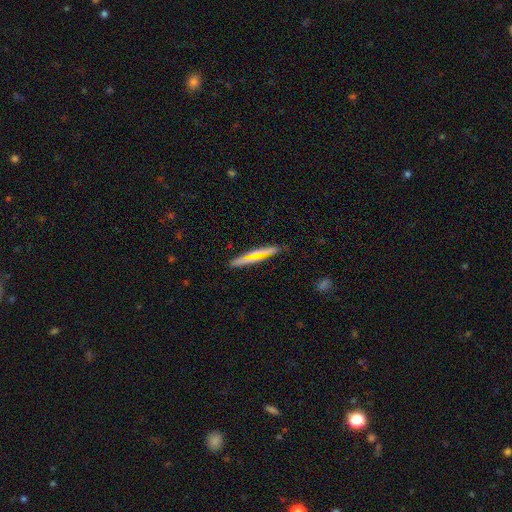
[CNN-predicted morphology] A smooth galaxy with no disk features (52%) that is cigar-shaped (88%). Merging: none (80%).